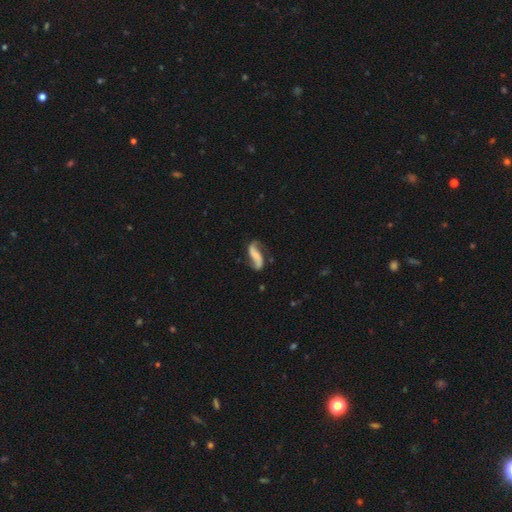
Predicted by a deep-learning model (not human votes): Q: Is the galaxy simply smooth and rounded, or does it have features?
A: featured or disk — 76%.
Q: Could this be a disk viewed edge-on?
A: no — 94%.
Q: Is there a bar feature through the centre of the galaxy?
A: no — 42%.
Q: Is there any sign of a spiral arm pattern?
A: yes — 95%.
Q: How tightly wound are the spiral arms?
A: loose — 70%.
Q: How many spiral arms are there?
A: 2 — 91%.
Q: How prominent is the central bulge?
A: none — 48%.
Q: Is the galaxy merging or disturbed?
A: none — 70%.